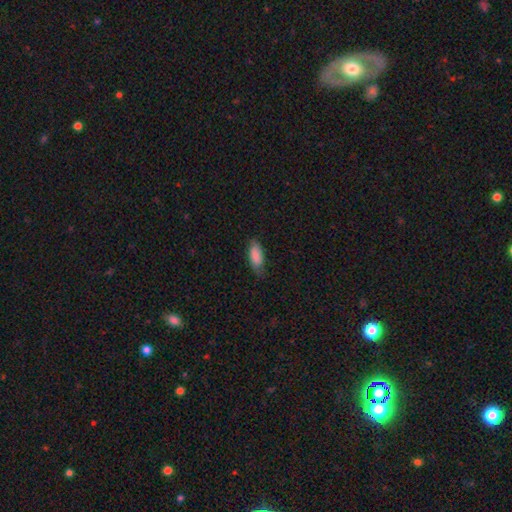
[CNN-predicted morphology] Smooth or featured? Predicted: smooth (p=0.85). How rounded? Predicted: in between (p=0.82). Merging? Predicted: none (p=0.66).